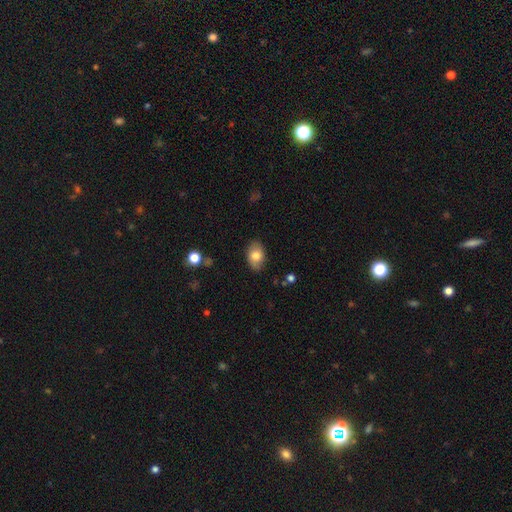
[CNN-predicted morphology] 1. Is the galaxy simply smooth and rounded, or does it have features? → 78% smooth, 15% featured or disk, 7% star or artifact.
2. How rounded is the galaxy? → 87% in between, 12% round, 1% cigar-shaped.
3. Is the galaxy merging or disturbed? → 82% none, 14% minor disturbance, 3% major disturbance, 1% merger.